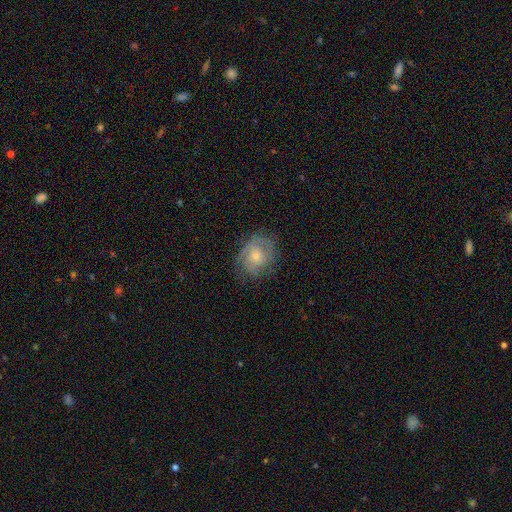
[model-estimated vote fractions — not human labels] Smooth or featured: featured or disk — 68% (smooth — 23%)
Edge-on disk: no — 97% (yes — 3%)
Bar: no — 75% (weak — 21%)
Spiral arms: yes — 88% (no — 12%)
Spiral winding: tight — 58% (medium — 32%)
Spiral arm count: can't tell — 37% (2 — 32%)
Bulge size: moderate — 50% (small — 43%)
Merging: none — 72% (minor disturbance — 19%)